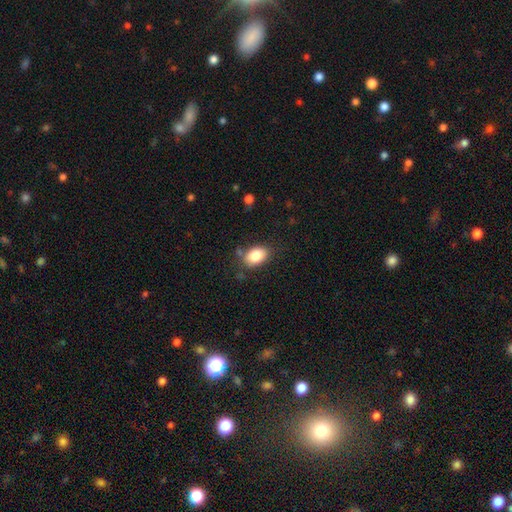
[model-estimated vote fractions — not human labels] Overall: smooth (83%). How rounded: in between (83%). Merging: none (77%).